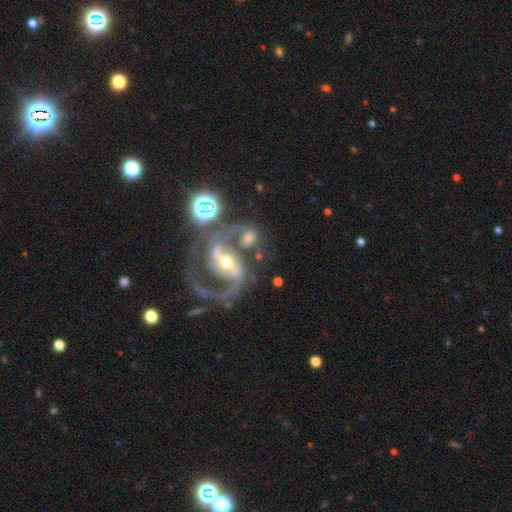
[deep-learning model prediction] smooth_or_featured: featured or disk (p=0.86) [alt: star or artifact p=0.08]
disk_edge_on: no (p=0.97) [alt: yes p=0.03]
bar: strong (p=0.40) [alt: weak p=0.37]
has_spiral_arms: yes (p=0.94) [alt: no p=0.06]
spiral_winding: medium (p=0.51) [alt: tight p=0.29]
spiral_arm_count: 2 (p=0.79) [alt: can't tell p=0.06]
bulge_size: small (p=0.56) [alt: moderate p=0.37]
merging: none (p=0.42) [alt: merger p=0.25]